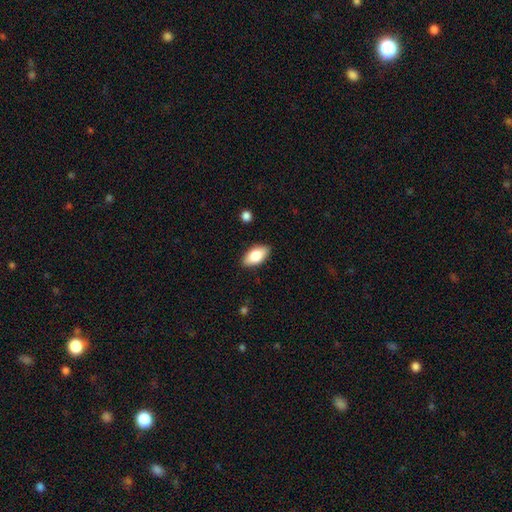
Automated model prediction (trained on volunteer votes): A smooth galaxy with no disk features (81%) that is in between round and cigar-shaped (92%).

Vote fractions:
- Smooth or featured? smooth: 81% / featured or disk: 13% / star or artifact: 6%
- How rounded? in between: 92% / cigar-shaped: 5% / round: 3%
- Merging? none: 87% / minor disturbance: 9% / major disturbance: 2% / merger: 1%